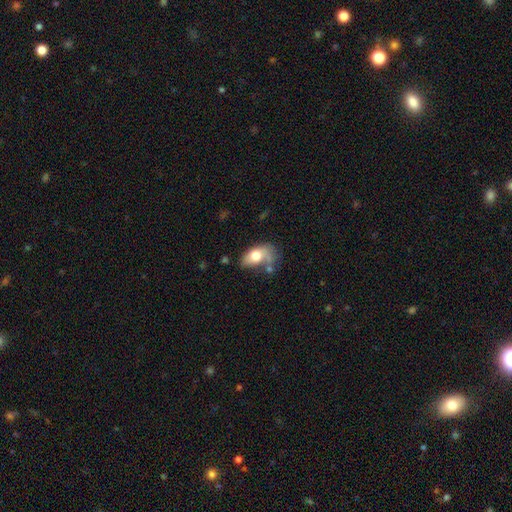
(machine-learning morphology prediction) This is likely a smooth galaxy (67%). How rounded: clearly in between (89%). Merging: marginally none (30%).